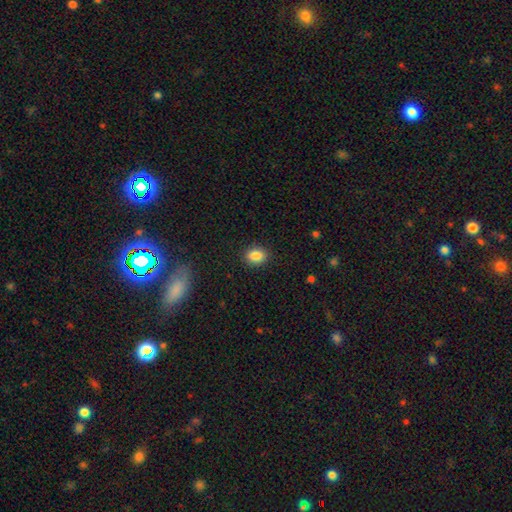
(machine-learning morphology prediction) Q: Smooth or featured?
A: smooth (86%); runner-up: star or artifact (9%)
Q: How rounded?
A: in between (55%); runner-up: round (44%)
Q: Merging?
A: none (89%); runner-up: minor disturbance (8%)